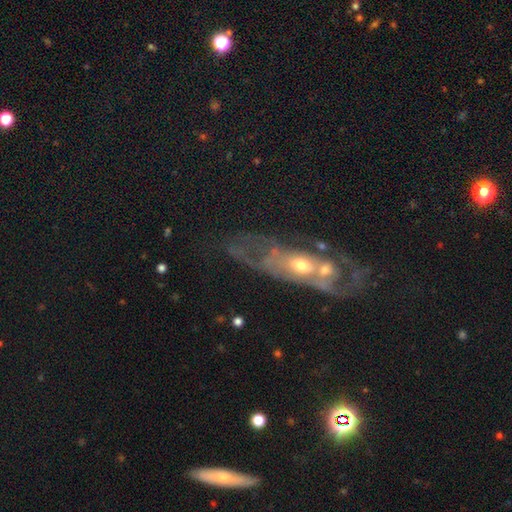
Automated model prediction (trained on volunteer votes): The model was most divided on "merging": none: 59%, minor disturbance: 18%, major disturbance: 12%, merger: 11%. More confident: edge-on disk — no (72%); smooth or featured — featured or disk (66%).